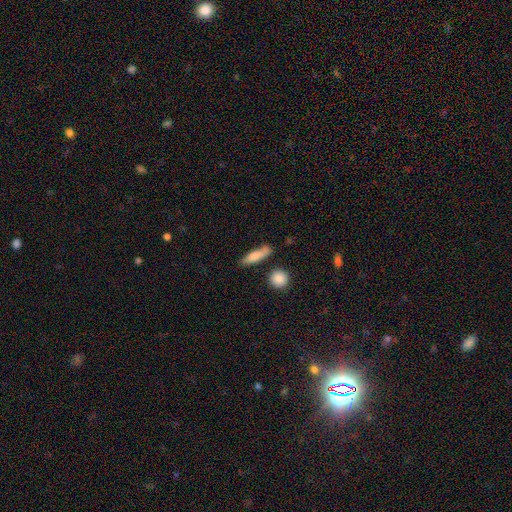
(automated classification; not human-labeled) Morphology: type=smooth (78%); roundness=cigar-shaped (67%); merging=none (71%).